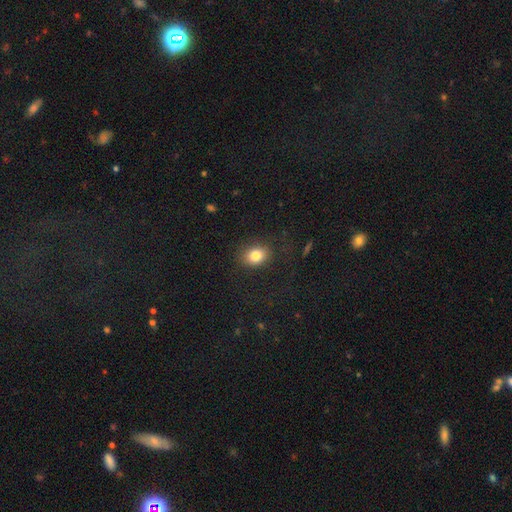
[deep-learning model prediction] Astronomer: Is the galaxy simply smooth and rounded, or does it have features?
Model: smooth — 81%.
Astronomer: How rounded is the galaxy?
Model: in between — 54% (runner-up: round, 45%).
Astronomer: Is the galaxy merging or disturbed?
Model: none — 86%.